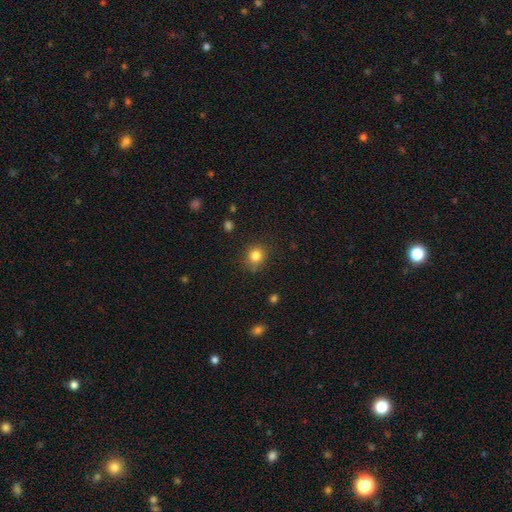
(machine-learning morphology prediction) Smooth or featured? Predicted: smooth (p=0.82). How rounded? Predicted: round (p=0.85). Merging? Predicted: none (p=0.84).